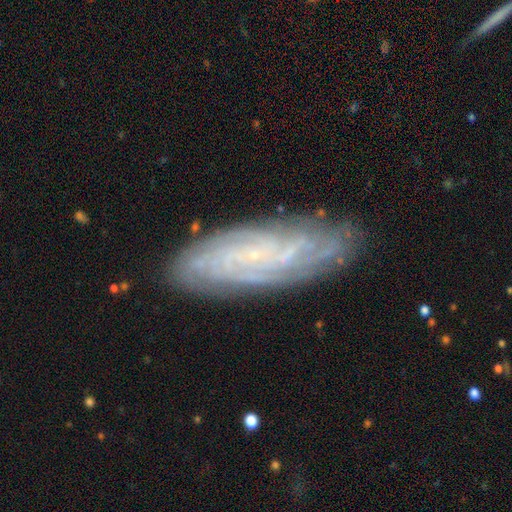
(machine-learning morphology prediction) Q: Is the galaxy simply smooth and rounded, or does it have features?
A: featured or disk — 76%.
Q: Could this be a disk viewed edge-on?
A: no — 84%.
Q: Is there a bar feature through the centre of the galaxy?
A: no — 56%.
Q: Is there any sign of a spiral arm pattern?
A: yes — 91%.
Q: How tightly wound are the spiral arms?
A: tight — 65%.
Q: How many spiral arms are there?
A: can't tell — 48%.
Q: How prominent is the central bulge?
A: small — 78%.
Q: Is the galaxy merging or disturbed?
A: none — 81%.